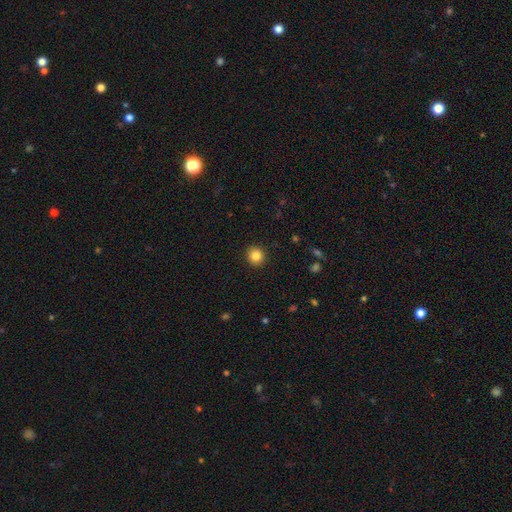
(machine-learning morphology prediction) This is clearly a smooth galaxy (85%). How rounded: clearly round (89%). Merging: clearly none (92%).